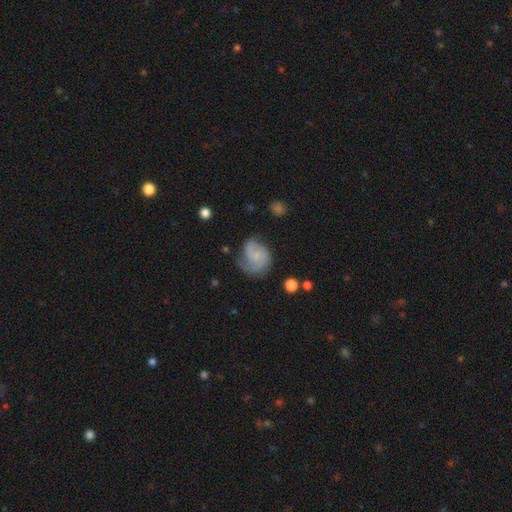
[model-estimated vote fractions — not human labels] The model was most divided on "spiral winding": medium: 43%, tight: 35%, loose: 22%. Remaining: edge-on disk — no (98%); spiral arms — yes (91%); bar — no (70%); bulge size — small (65%); smooth or featured — featured or disk (65%); merging — none (50%); spiral arm count — 2 (45%).